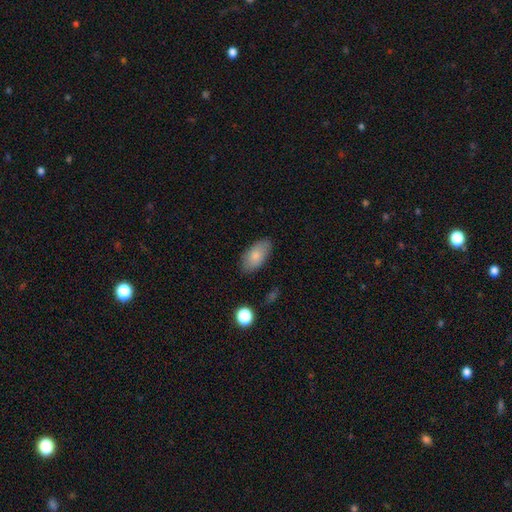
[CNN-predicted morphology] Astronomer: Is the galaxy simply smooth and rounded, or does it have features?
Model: smooth — 81%.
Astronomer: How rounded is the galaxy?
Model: in between — 94%.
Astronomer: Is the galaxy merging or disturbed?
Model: none — 83%.